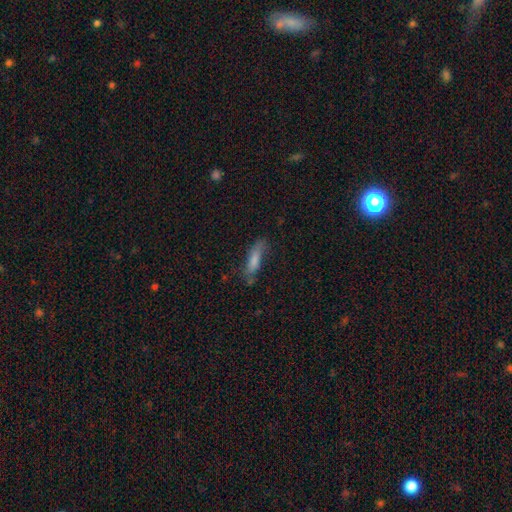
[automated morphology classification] A smooth galaxy with no disk features (61%) that is cigar-shaped (69%). Merging: none (64%).